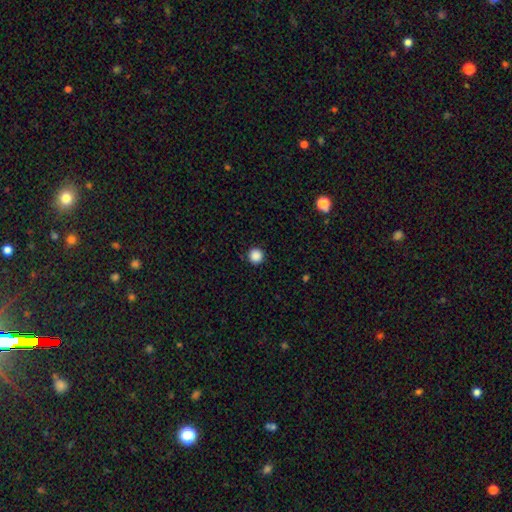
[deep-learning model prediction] This appears to be a smooth galaxy with no disk features (87%) that is round (96%). Merging: none (92%).